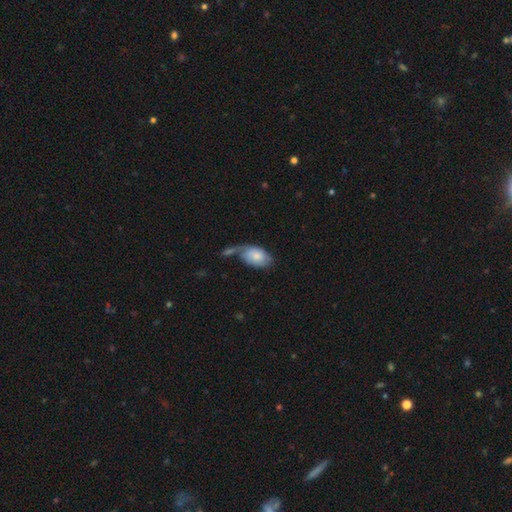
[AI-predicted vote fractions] Smooth or featured?
  - smooth: 73% *
  - featured or disk: 21%
  - star or artifact: 6%
How rounded?
  - in between: 90% *
  - round: 9%
  - cigar-shaped: 1%
Merging?
  - none: 32% *
  - merger: 28%
  - minor disturbance: 22%
  - major disturbance: 18%